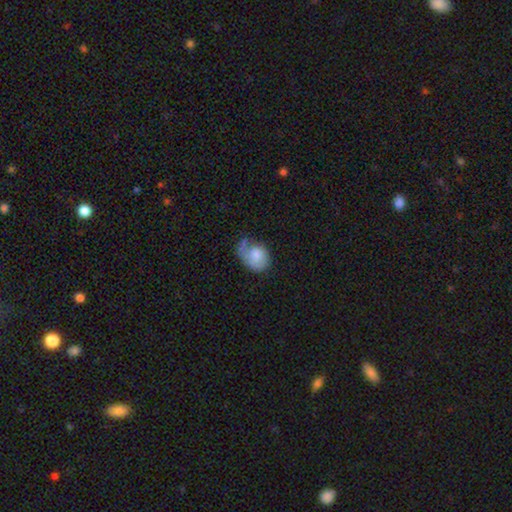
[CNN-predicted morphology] Overall: smooth (59%; featured or disk 34%). How rounded: in between (65%; round 34%). Merging: none (33%, tied with major disturbance).